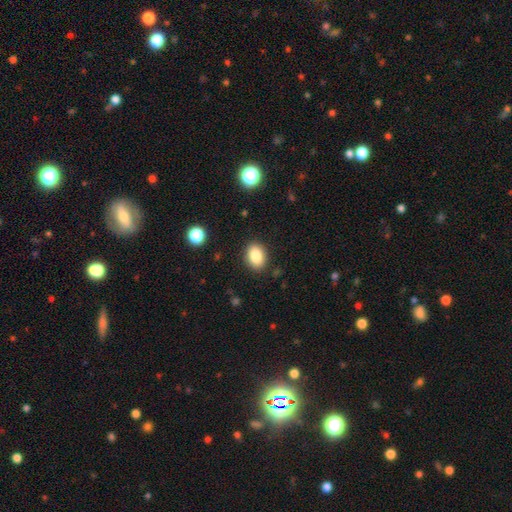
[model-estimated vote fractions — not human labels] A smooth galaxy with no disk features (86%) that is in between round and cigar-shaped (78%).

Vote fractions:
- Smooth or featured? smooth: 86% / star or artifact: 9% / featured or disk: 5%
- How rounded? in between: 78% / round: 21% / cigar-shaped: 1%
- Merging? none: 87% / minor disturbance: 9% / major disturbance: 3% / merger: 1%